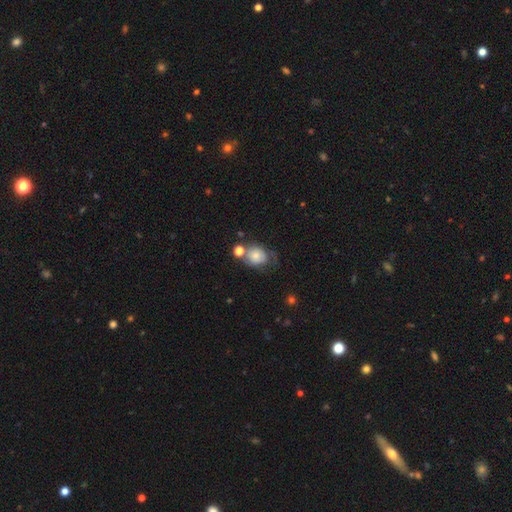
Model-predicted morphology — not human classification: smooth-or-featured: smooth: 66% | featured or disk: 23% | star or artifact: 10%
  how-rounded: round: 60% | in between: 39% | cigar-shaped: 1%
  merging: none: 40% | minor disturbance: 24% | merger: 20% | major disturbance: 17%